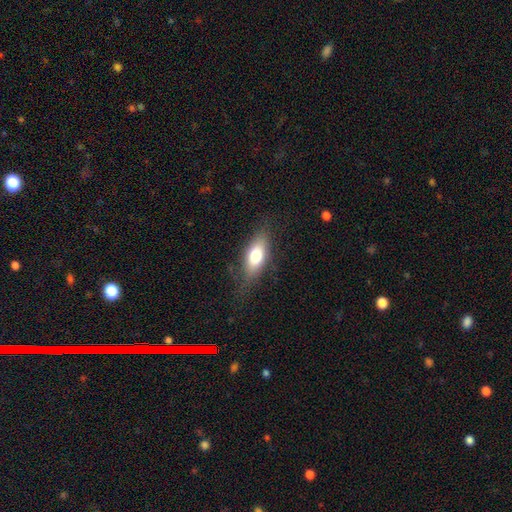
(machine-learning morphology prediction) This appears to be a smooth galaxy with no disk features (70%) that is in between round and cigar-shaped (77%). Merging: none (75%).